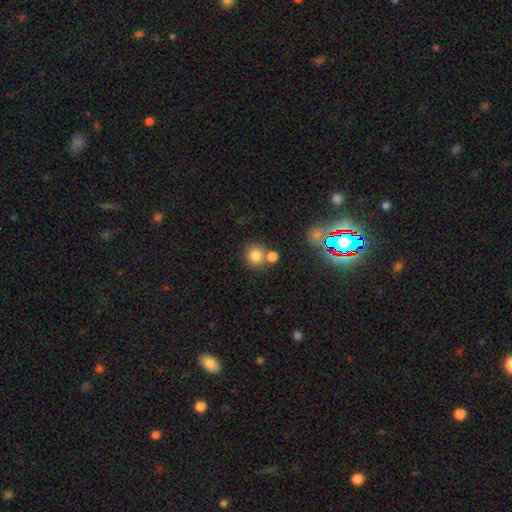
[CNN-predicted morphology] This is clearly a smooth galaxy (80%). How rounded: clearly round (89%). Merging: likely none (64%).